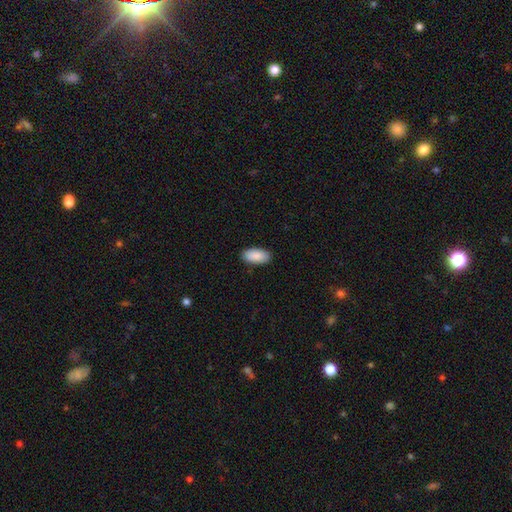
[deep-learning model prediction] smooth 91%, star or artifact 6%, featured or disk 4%. Down the decision tree: how rounded — in between (94%); merging — none (89%).